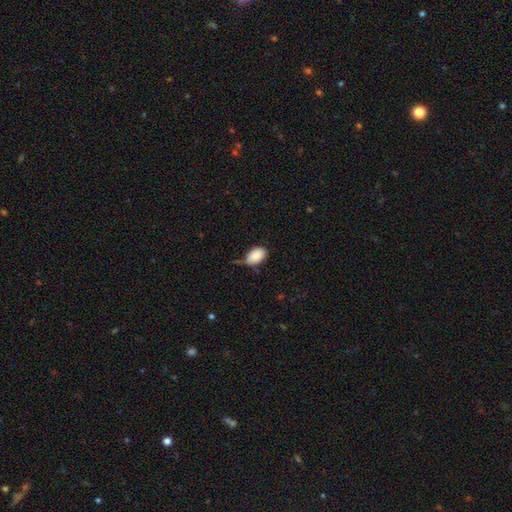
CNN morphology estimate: The model was most divided on "merging": none: 54%, minor disturbance: 34%, major disturbance: 8%, merger: 4%. More confident: how rounded — in between (91%); smooth or featured — smooth (86%).